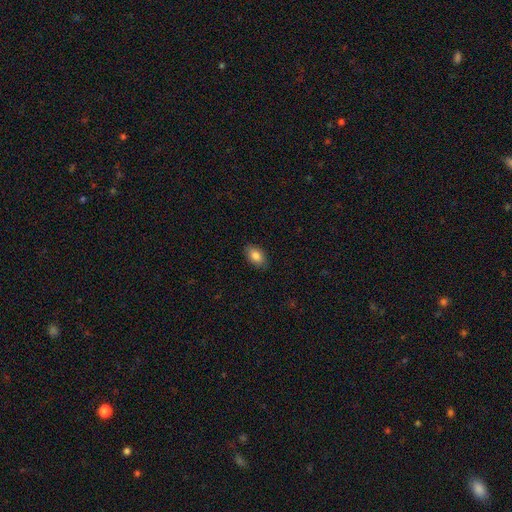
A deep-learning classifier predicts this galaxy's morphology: Smooth or featured? Predicted: smooth (p=0.85). How rounded? Predicted: in between (p=0.90). Merging? Predicted: none (p=0.87).